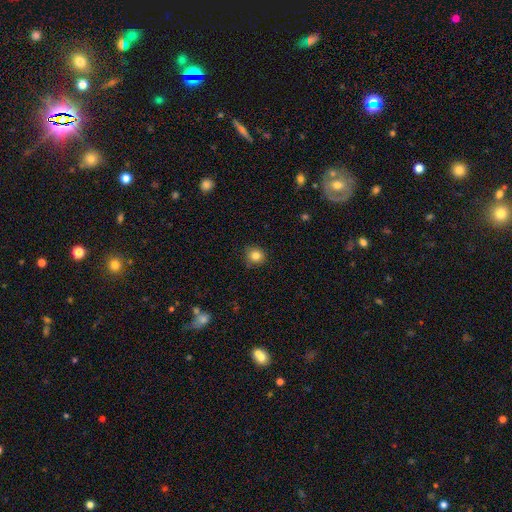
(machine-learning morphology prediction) Smooth or featured? Predicted: smooth (p=0.83). How rounded? Predicted: round (p=0.90). Merging? Predicted: none (p=0.86).